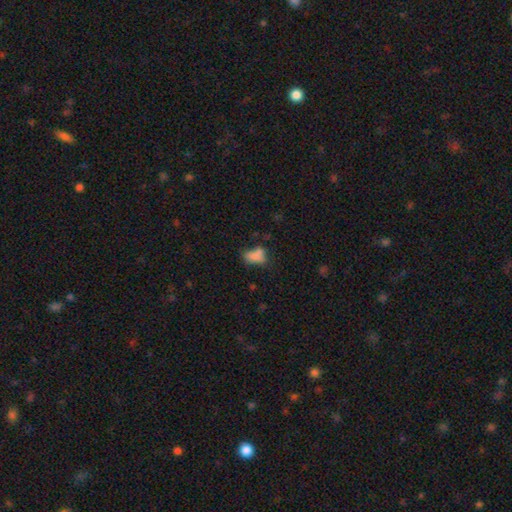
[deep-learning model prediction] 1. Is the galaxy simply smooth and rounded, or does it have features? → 70% smooth, 17% featured or disk, 13% star or artifact.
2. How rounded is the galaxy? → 85% in between, 11% round, 4% cigar-shaped.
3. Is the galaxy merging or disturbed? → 37% none, 24% minor disturbance, 22% merger, 17% major disturbance.